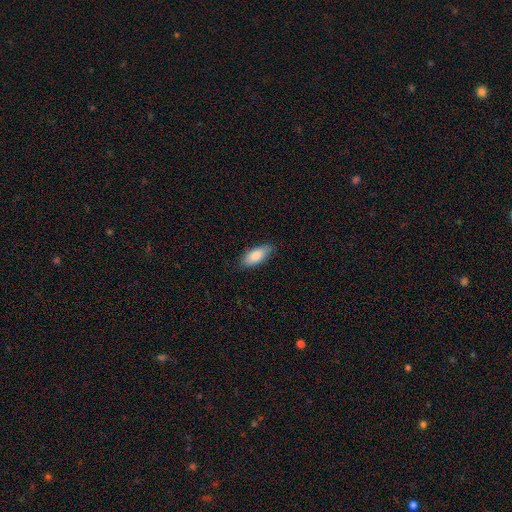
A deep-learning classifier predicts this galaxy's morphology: The model was most divided on "how rounded": in between: 84%, cigar-shaped: 14%, round: 2%. More confident: smooth or featured — smooth (84%); merging — none (84%).